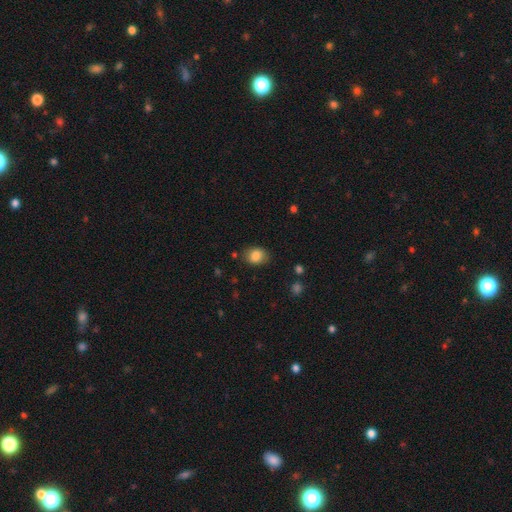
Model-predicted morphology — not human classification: smooth-or-featured: smooth: 85% | star or artifact: 9% | featured or disk: 6%
  how-rounded: in between: 54% | round: 45% | cigar-shaped: 1%
  merging: none: 79% | minor disturbance: 15% | major disturbance: 4% | merger: 2%